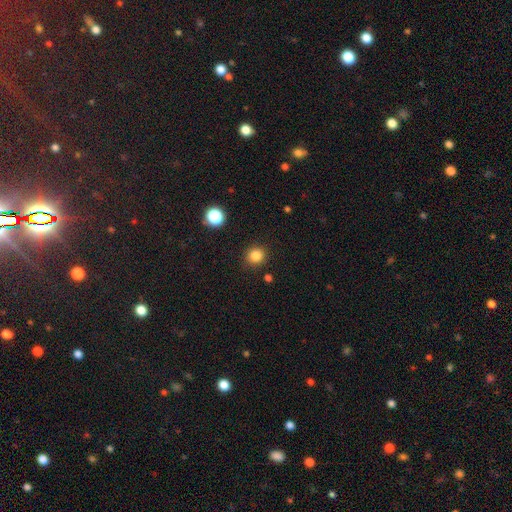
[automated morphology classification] A smooth galaxy with no disk features (84%) that is round (89%).

Vote fractions:
- Smooth or featured? smooth: 84% / star or artifact: 12% / featured or disk: 4%
- How rounded? round: 89% / in between: 10% / cigar-shaped: 1%
- Merging? none: 89% / minor disturbance: 7% / major disturbance: 2% / merger: 2%